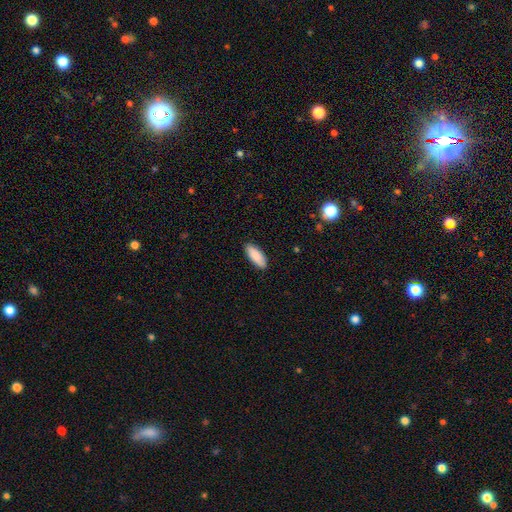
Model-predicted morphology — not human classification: This is clearly a smooth galaxy (89%). How rounded: likely in between (72%). Merging: clearly none (89%).